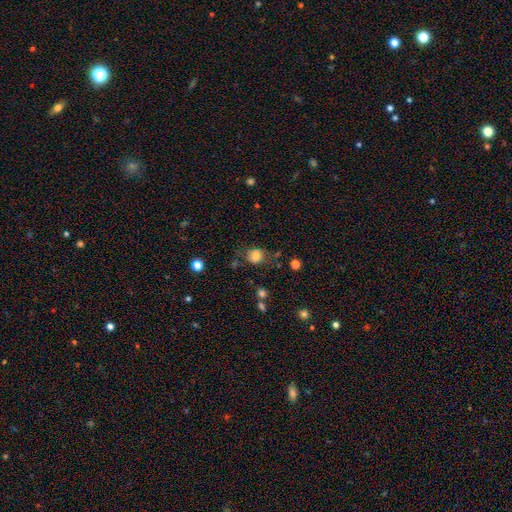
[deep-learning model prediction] Q: Smooth or featured?
A: smooth (78%); runner-up: star or artifact (12%)
Q: How rounded?
A: round (77%); runner-up: in between (22%)
Q: Merging?
A: none (71%); runner-up: minor disturbance (17%)